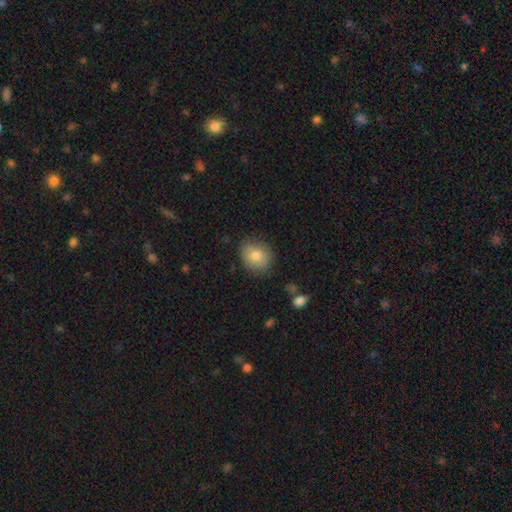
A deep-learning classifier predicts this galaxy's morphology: type=smooth (80%); roundness=round (65%); merging=none (81%).